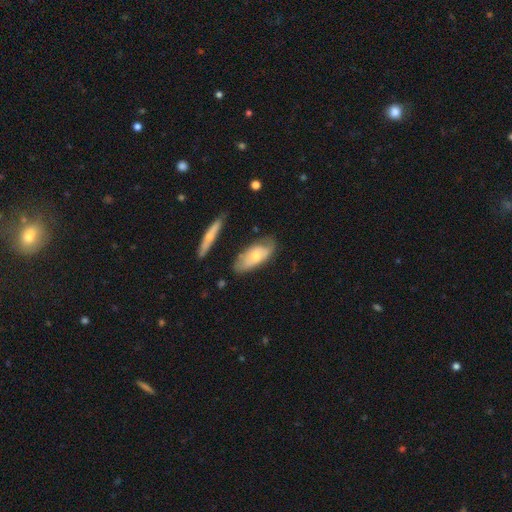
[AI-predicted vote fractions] Overall: smooth (54%; featured or disk 41%). How rounded: in between (84%). Merging: none (65%; minor disturbance 25%).